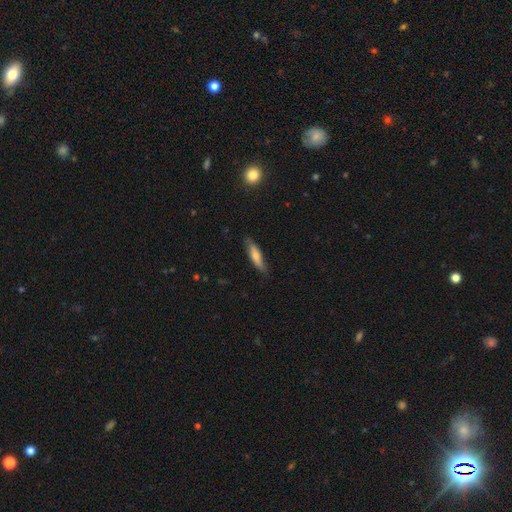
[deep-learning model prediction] A smooth galaxy with no disk features (60%) that is cigar-shaped (73%).

Vote fractions:
- Smooth or featured? smooth: 60% / featured or disk: 33% / star or artifact: 6%
- How rounded? cigar-shaped: 73% / in between: 25% / round: 2%
- Merging? none: 80% / minor disturbance: 16% / major disturbance: 3% / merger: 1%